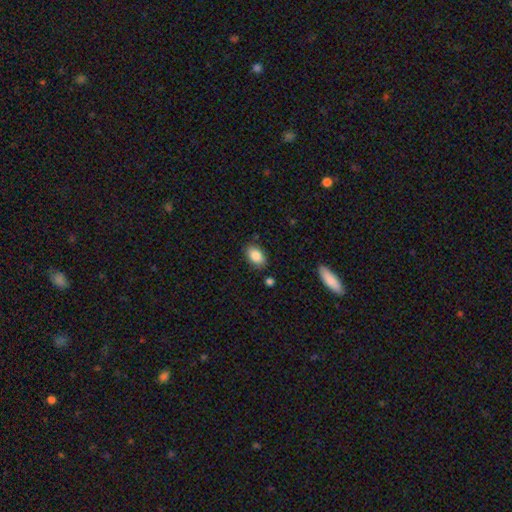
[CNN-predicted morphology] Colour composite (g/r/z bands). It shows a smooth galaxy with no disk features (86%) that is in between round and cigar-shaped (88%). Merging: none (82%).